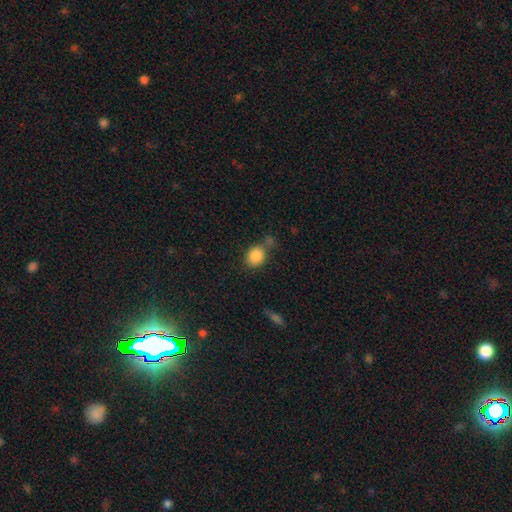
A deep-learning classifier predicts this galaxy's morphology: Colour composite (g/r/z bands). It shows a smooth galaxy with no disk features (86%) that is round (59%). Merging: none (60%).